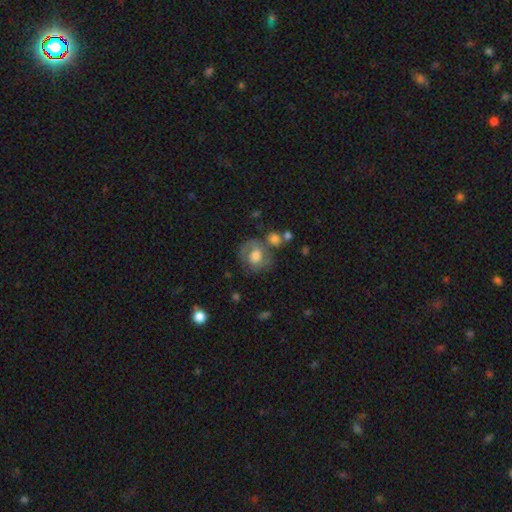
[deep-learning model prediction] featured or disk 47%, smooth 44%, star or artifact 8%. Down the decision tree: merging — none (56%).